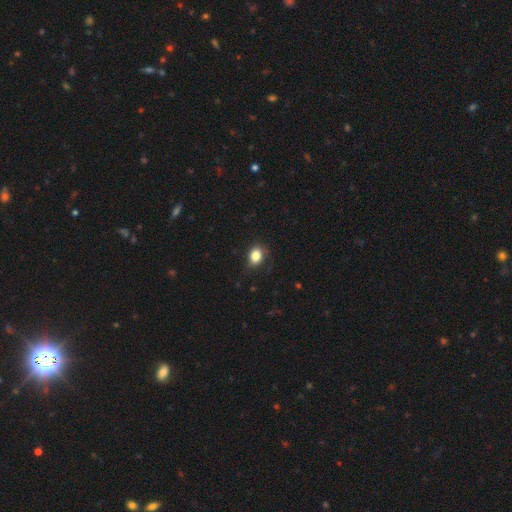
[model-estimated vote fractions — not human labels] This appears to be a smooth galaxy with no disk features (84%) that is in between round and cigar-shaped (57%). Merging: none (73%).